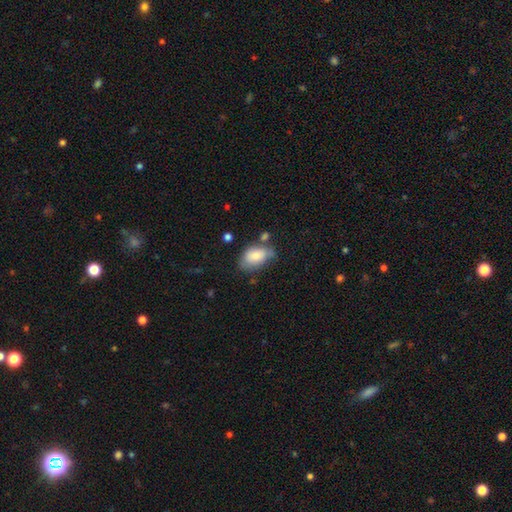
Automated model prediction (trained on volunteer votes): smooth_or_featured: smooth (p=0.76) [alt: featured or disk p=0.16]
how_rounded: in between (p=0.89) [alt: round p=0.09]
merging: none (p=0.48) [alt: minor disturbance p=0.31]